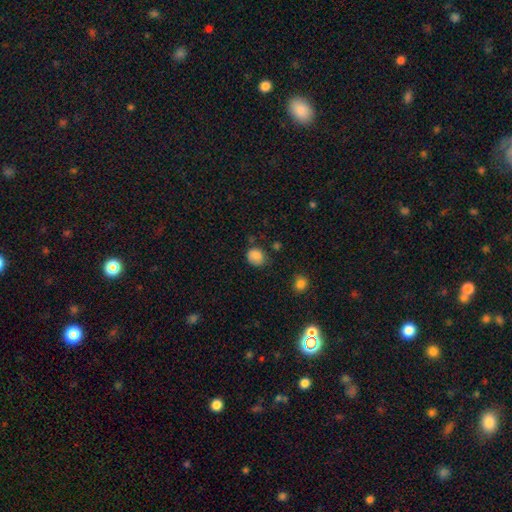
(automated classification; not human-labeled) This is clearly a smooth galaxy (86%). How rounded: likely round (66%). Merging: likely none (69%).